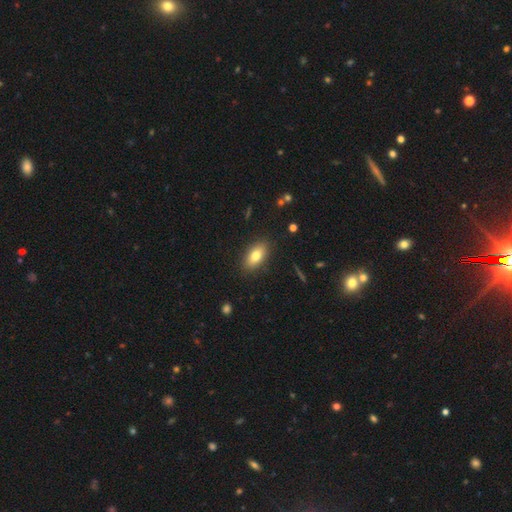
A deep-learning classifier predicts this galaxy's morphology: A smooth galaxy with no disk features (78%) that is in between round and cigar-shaped (87%). Merging: none (87%).